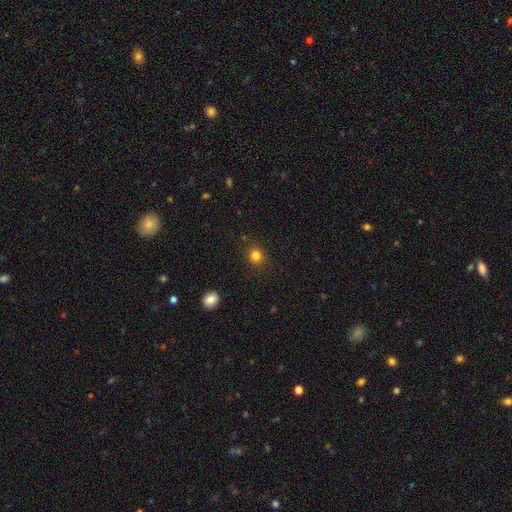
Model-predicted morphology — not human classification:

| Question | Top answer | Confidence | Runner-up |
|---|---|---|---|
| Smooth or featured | smooth | 82% | star or artifact (13%) |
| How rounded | round | 85% | in between (14%) |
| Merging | none | 88% | minor disturbance (8%) |